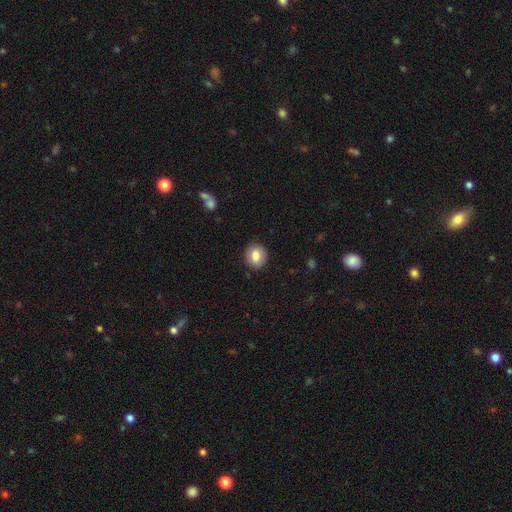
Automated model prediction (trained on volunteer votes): smooth-or-featured: smooth: 80% | featured or disk: 12% | star or artifact: 8%
  how-rounded: round: 68% | in between: 31% | cigar-shaped: 1%
  merging: none: 88% | minor disturbance: 9% | major disturbance: 2% | merger: 1%